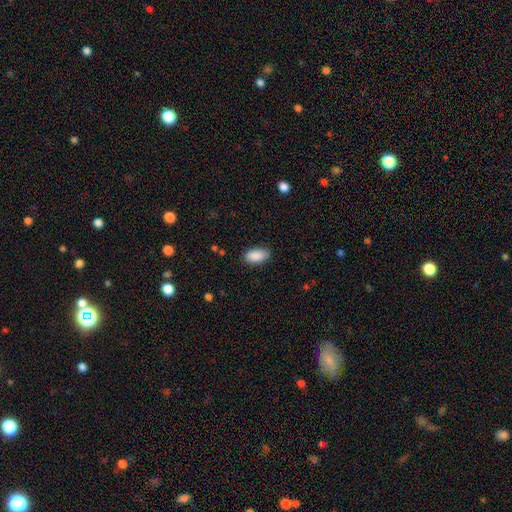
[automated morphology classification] Overall: smooth (90%). How rounded: in between (93%). Merging: none (83%).